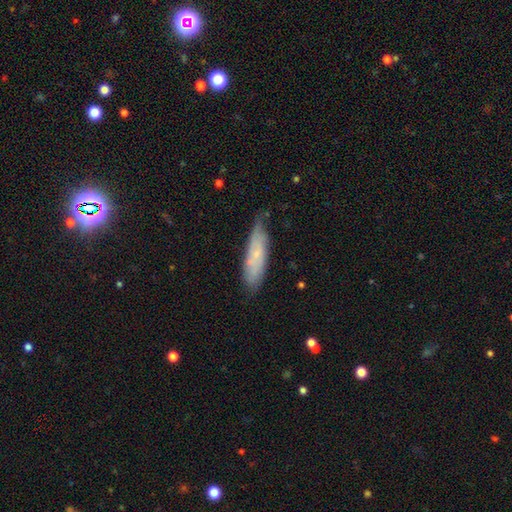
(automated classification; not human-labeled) Smooth or featured? smooth (50%)
Merging? none (66%)